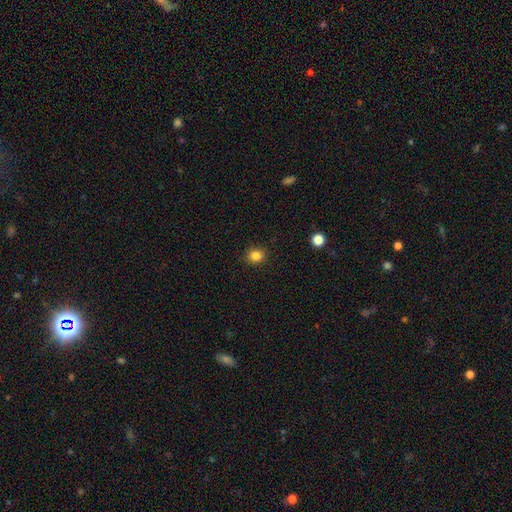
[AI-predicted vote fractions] smooth-or-featured: smooth: 84% | star or artifact: 12% | featured or disk: 4%
  how-rounded: round: 77% | in between: 22% | cigar-shaped: 1%
  merging: none: 91% | minor disturbance: 7% | major disturbance: 2% | merger: 1%